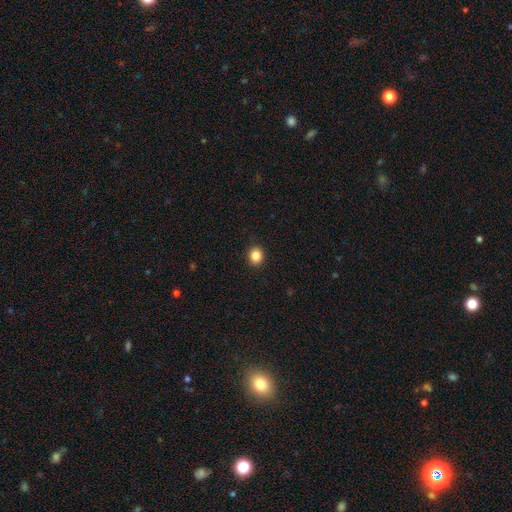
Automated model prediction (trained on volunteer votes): Smooth or featured? smooth (85%)
How rounded? round (77%)
Merging? none (91%)